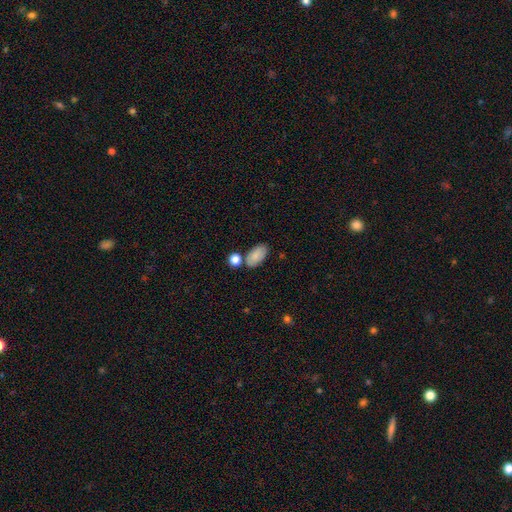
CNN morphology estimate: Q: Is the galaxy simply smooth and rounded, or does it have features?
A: smooth — 83%.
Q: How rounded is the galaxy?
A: in between — 93%.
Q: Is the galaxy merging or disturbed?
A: none — 67%.